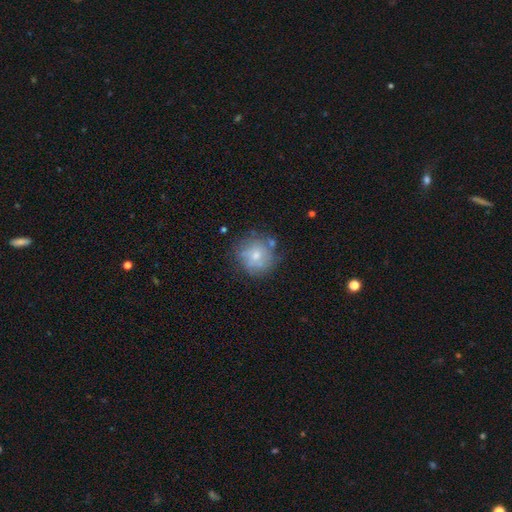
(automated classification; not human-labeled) The model was most divided on "smooth or featured": smooth: 60%, featured or disk: 30%, star or artifact: 10%. More confident: how rounded — round (90%); merging — none (66%).